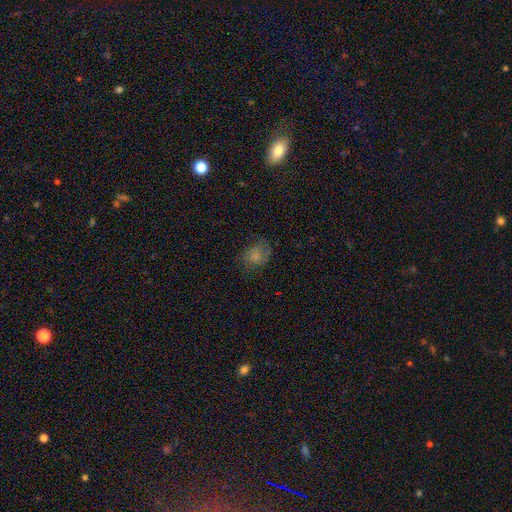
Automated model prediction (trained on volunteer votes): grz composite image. It shows a smooth galaxy with no disk features (69%) that is in between round and cigar-shaped (57%). Merging: none (58%).